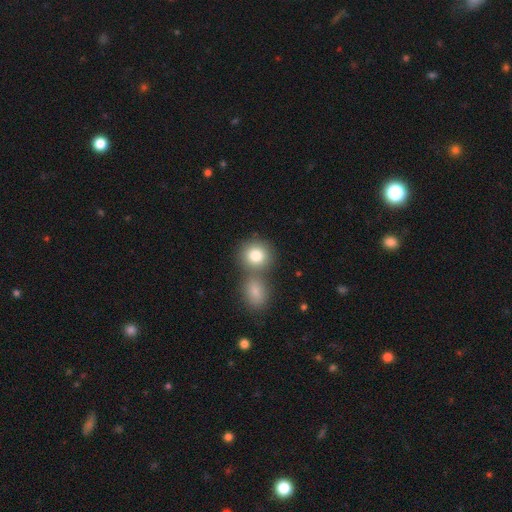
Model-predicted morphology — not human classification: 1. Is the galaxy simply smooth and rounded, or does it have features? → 82% smooth, 9% featured or disk, 8% star or artifact.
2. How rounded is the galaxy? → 82% round, 17% in between, 1% cigar-shaped.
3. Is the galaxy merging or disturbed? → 50% none, 39% merger, 8% minor disturbance, 3% major disturbance.